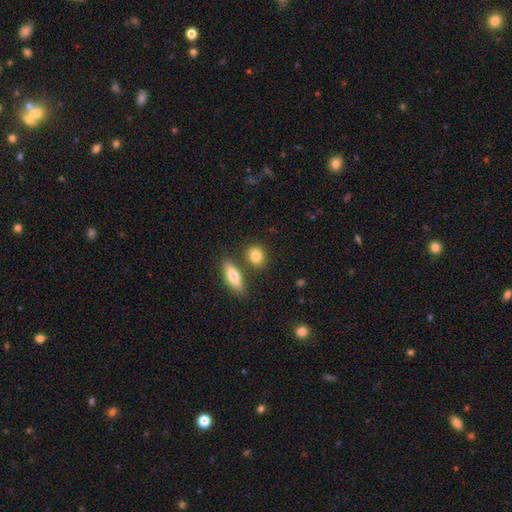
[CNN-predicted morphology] Smooth or featured: smooth — 83% (featured or disk — 9%)
How rounded: round — 51% (in between — 44%)
Merging: none — 75% (merger — 12%)